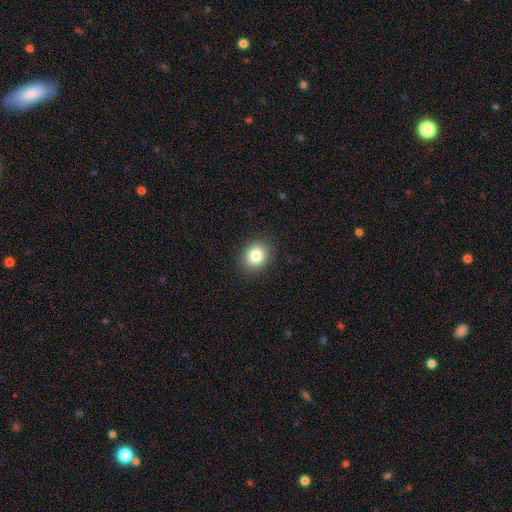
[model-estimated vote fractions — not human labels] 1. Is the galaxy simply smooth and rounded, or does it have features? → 82% smooth, 11% star or artifact, 7% featured or disk.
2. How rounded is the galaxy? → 72% round, 27% in between, 1% cigar-shaped.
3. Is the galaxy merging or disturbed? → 90% none, 7% minor disturbance, 2% major disturbance, 1% merger.